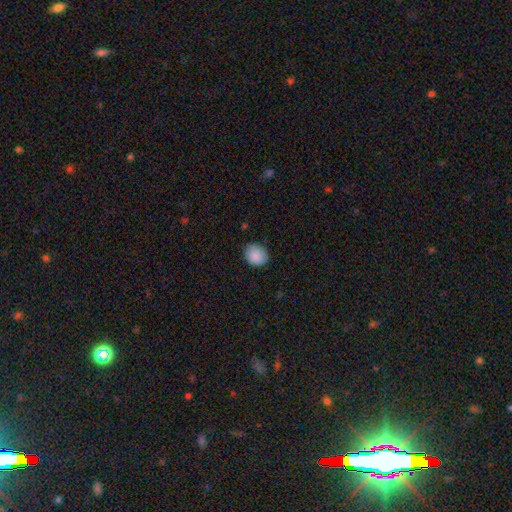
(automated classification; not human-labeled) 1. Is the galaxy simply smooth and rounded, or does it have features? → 89% smooth, 7% star or artifact, 4% featured or disk.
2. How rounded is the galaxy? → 63% round, 36% in between, 1% cigar-shaped.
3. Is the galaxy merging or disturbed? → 81% none, 16% minor disturbance, 3% major disturbance, 1% merger.